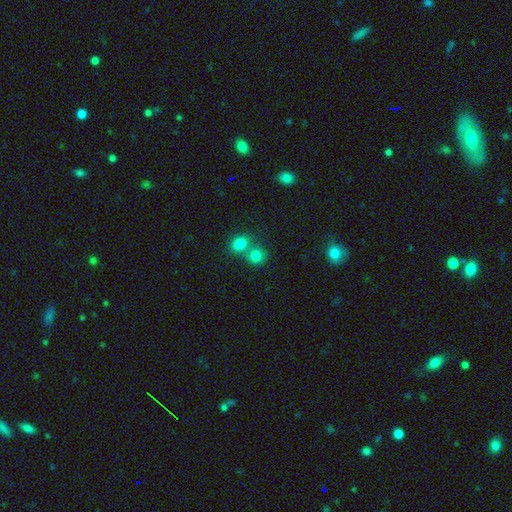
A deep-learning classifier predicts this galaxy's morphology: Q: Smooth or featured?
A: smooth (80%); runner-up: star or artifact (13%)
Q: How rounded?
A: round (81%); runner-up: in between (18%)
Q: Merging?
A: none (46%); runner-up: merger (45%)